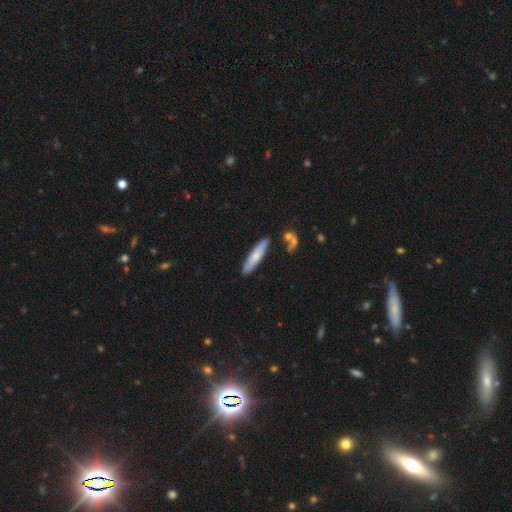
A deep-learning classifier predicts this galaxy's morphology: A smooth galaxy with no disk features (68%) that is cigar-shaped (84%). Merging: none (81%).